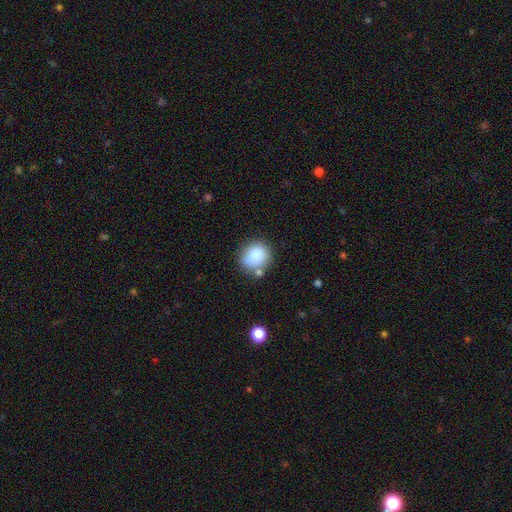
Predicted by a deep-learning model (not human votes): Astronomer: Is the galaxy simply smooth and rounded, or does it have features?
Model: smooth — 85%.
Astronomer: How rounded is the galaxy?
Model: round — 79%.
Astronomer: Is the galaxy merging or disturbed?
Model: none — 68%.